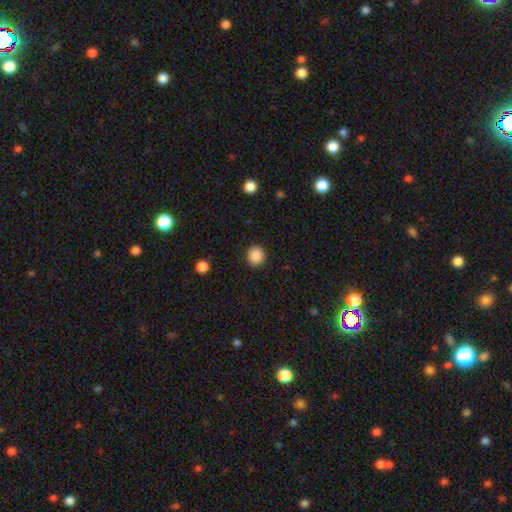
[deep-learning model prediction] The model was most divided on "smooth or featured": smooth: 88%, star or artifact: 9%, featured or disk: 3%. More confident: merging — none (91%); how rounded — round (89%).